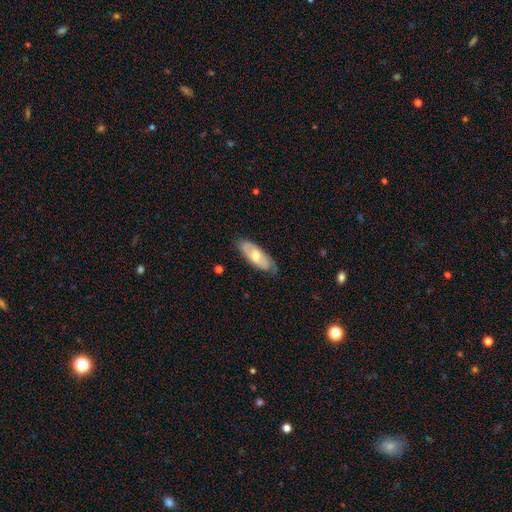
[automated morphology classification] Overall: smooth (49%; featured or disk 46%). Merging: none (74%).